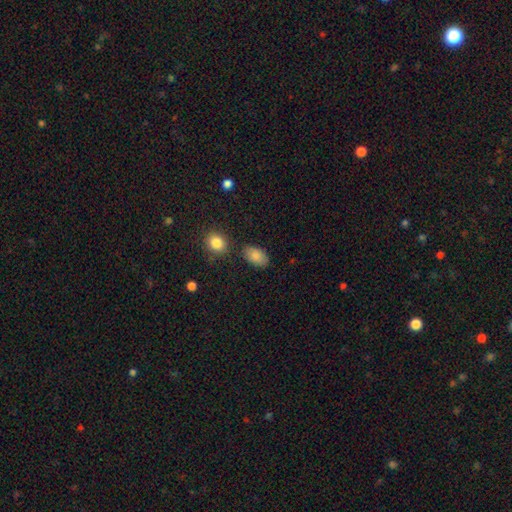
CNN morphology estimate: smooth 86%, star or artifact 8%, featured or disk 7%. Down the decision tree: how rounded — in between (91%); merging — none (78%).